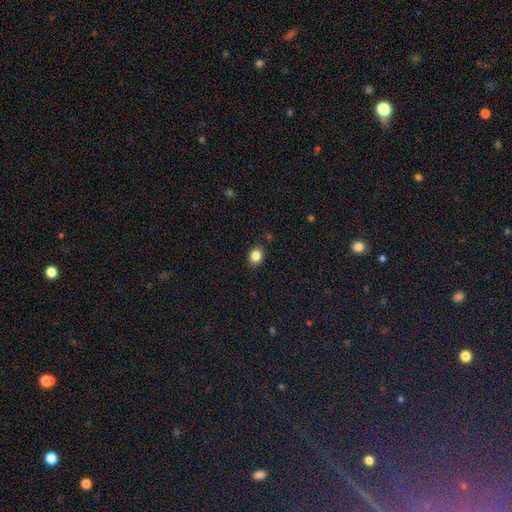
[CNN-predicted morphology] This appears to be a smooth galaxy with no disk features (85%) that is round (58%). Merging: none (87%).